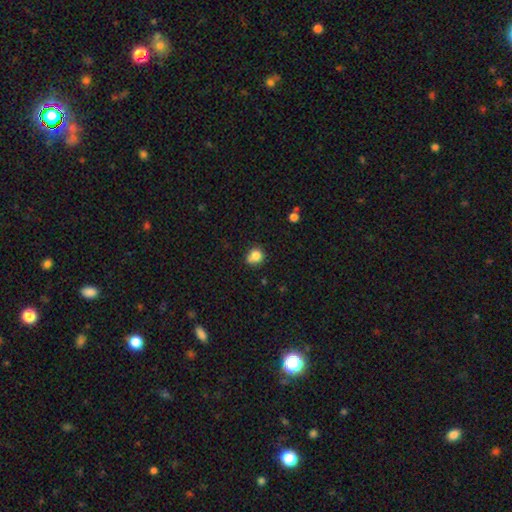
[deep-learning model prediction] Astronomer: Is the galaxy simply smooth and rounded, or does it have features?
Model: smooth — 82%.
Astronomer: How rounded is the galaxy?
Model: round — 80%.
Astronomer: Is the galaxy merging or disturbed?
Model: none — 61%.